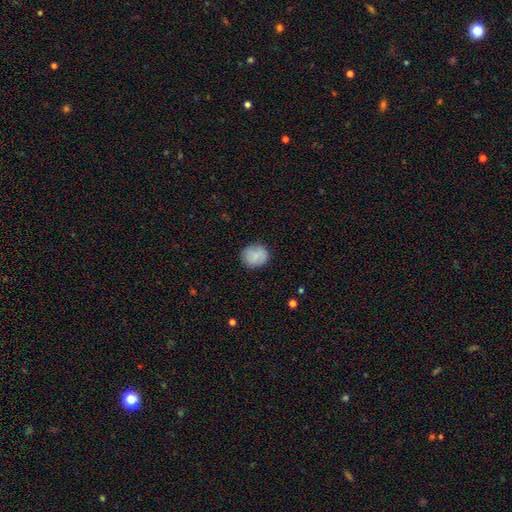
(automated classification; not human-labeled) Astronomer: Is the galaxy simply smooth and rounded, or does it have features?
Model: smooth — 86%.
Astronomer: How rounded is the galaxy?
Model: round — 71%.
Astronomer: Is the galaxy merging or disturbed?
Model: none — 85%.